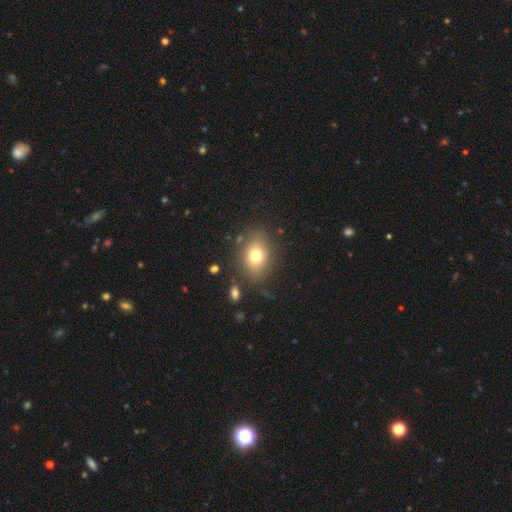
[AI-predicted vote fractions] smooth_or_featured: smooth (p=0.75) [alt: featured or disk p=0.14]
how_rounded: in between (p=0.55) [alt: round p=0.44]
merging: none (p=0.80) [alt: minor disturbance p=0.12]